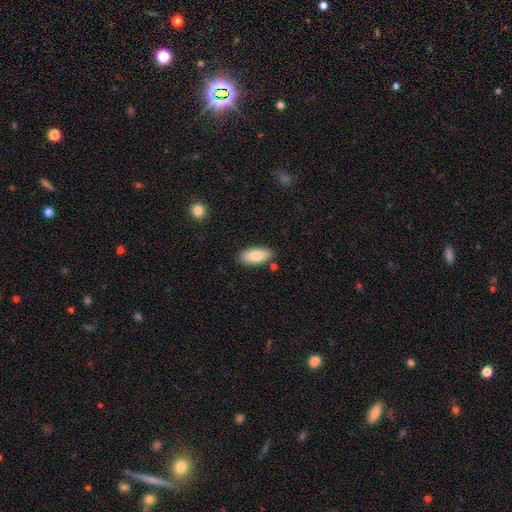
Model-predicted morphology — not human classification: smooth-or-featured: smooth: 83% | featured or disk: 11% | star or artifact: 6%
  how-rounded: in between: 89% | cigar-shaped: 9% | round: 2%
  merging: none: 82% | minor disturbance: 12% | merger: 3% | major disturbance: 2%